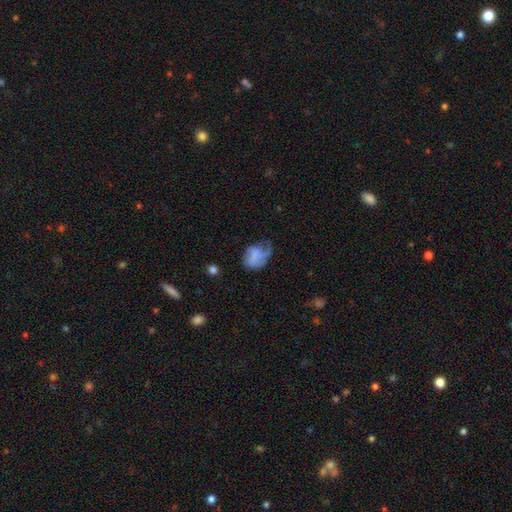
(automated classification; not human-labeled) smooth_or_featured: smooth (p=0.56) [alt: featured or disk p=0.36]
how_rounded: in between (p=0.68) [alt: round p=0.31]
merging: minor disturbance (p=0.34) [alt: major disturbance p=0.32]